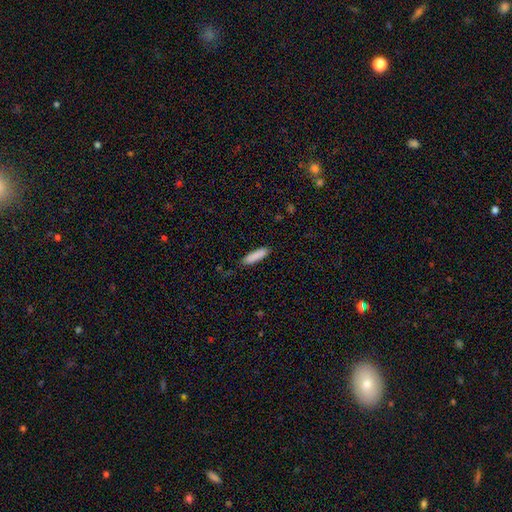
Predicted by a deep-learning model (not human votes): smooth-or-featured: smooth: 87% | featured or disk: 6% | star or artifact: 6%
  how-rounded: cigar-shaped: 70% | in between: 29% | round: 1%
  merging: none: 83% | minor disturbance: 13% | major disturbance: 3% | merger: 1%